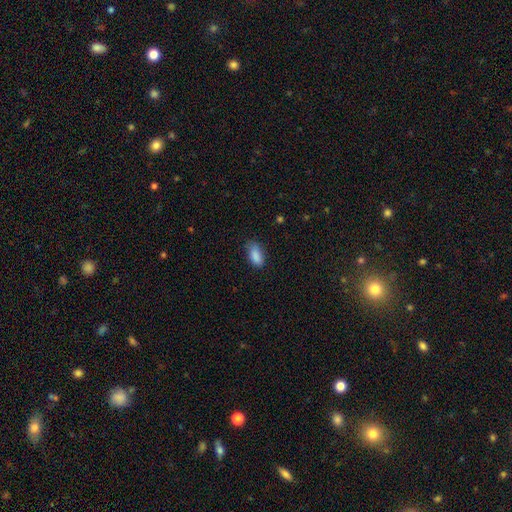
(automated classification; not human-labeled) Smooth or featured: smooth — 88% (star or artifact — 7%)
How rounded: in between — 90% (cigar-shaped — 7%)
Merging: none — 73% (minor disturbance — 21%)